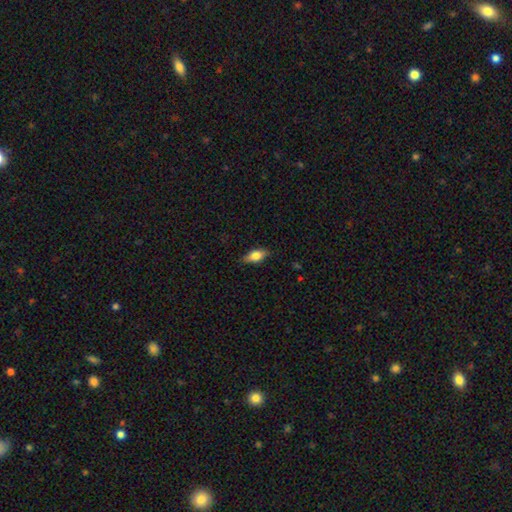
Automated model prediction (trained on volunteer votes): Overall: smooth (75%). How rounded: in between (83%). Merging: none (83%).